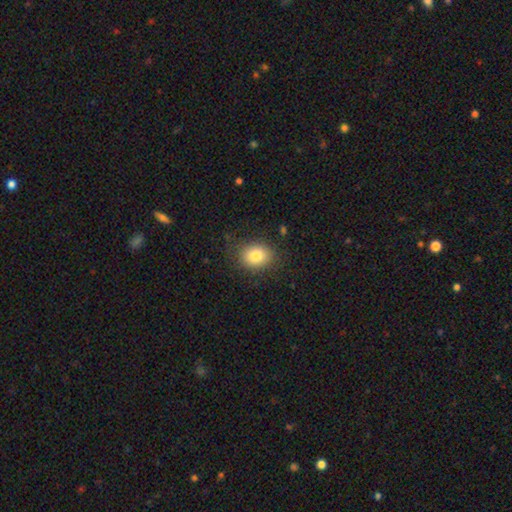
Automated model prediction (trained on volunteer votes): Q: Smooth or featured?
A: smooth (83%); runner-up: star or artifact (9%)
Q: How rounded?
A: in between (55%); runner-up: round (44%)
Q: Merging?
A: none (82%); runner-up: minor disturbance (12%)